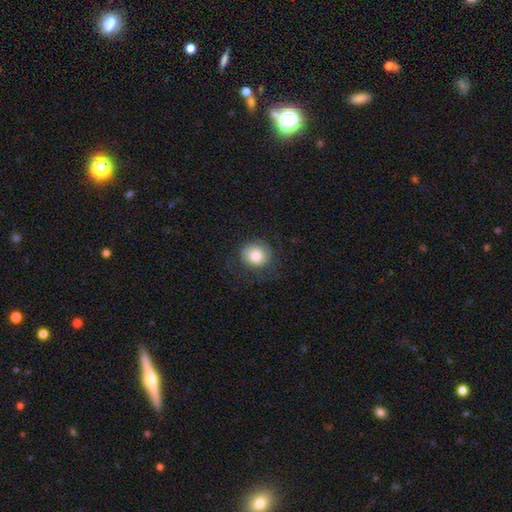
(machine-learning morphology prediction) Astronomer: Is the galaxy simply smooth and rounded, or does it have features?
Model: smooth — 72%.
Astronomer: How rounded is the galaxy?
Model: round — 85%.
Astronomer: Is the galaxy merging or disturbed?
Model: none — 68%.